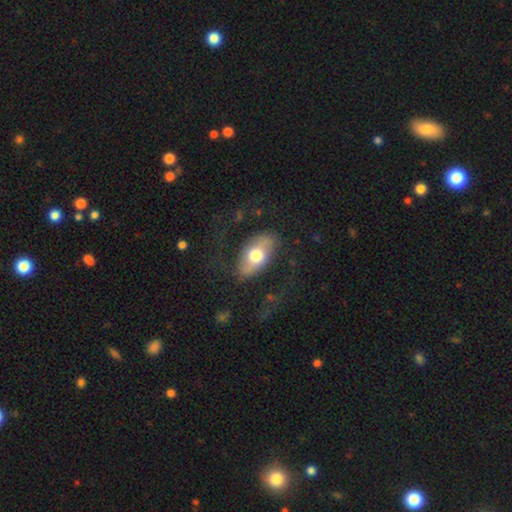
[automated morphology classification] This is possibly a smooth galaxy (54%). How rounded: clearly in between (90%). Merging: likely none (68%).